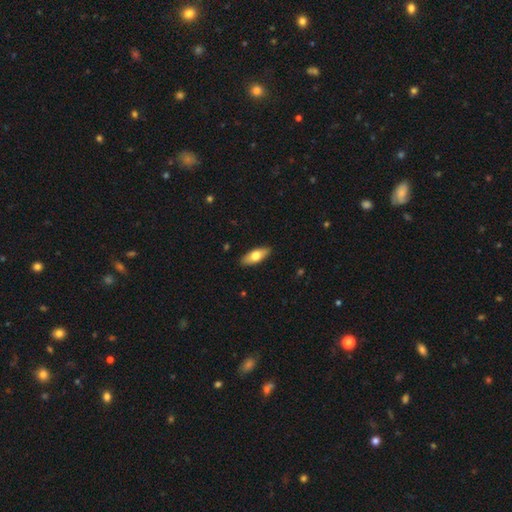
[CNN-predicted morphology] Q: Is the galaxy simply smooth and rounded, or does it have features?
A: smooth — 67%.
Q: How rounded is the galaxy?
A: in between — 75%.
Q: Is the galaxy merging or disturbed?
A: none — 89%.